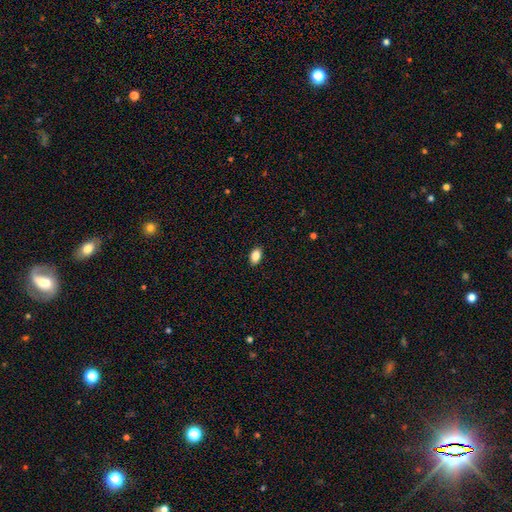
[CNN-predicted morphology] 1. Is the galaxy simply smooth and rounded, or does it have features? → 85% smooth, 8% star or artifact, 7% featured or disk.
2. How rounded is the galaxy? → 89% in between, 9% round, 2% cigar-shaped.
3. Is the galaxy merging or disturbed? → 89% none, 8% minor disturbance, 2% major disturbance, 1% merger.